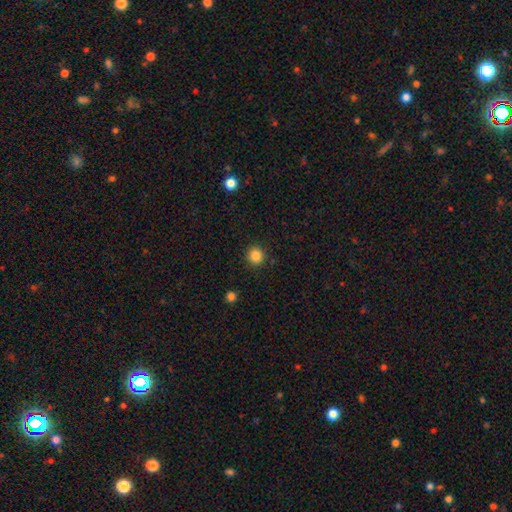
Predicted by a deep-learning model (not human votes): Smooth or featured?
  - smooth: 85% *
  - star or artifact: 11%
  - featured or disk: 3%
How rounded?
  - round: 92% *
  - in between: 7%
  - cigar-shaped: 1%
Merging?
  - none: 91% *
  - minor disturbance: 6%
  - major disturbance: 2%
  - merger: 1%